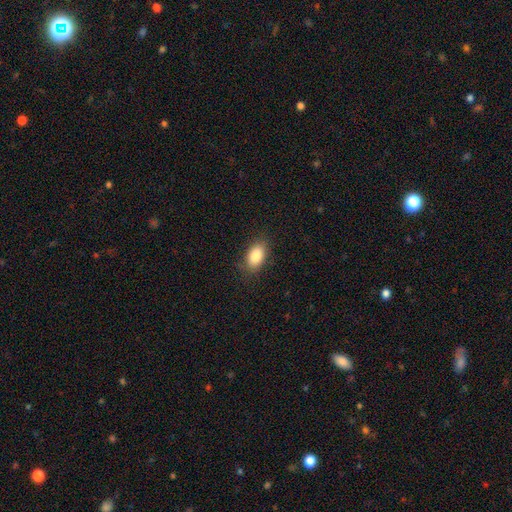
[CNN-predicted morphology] Overall: smooth (85%). How rounded: in between (90%). Merging: none (84%).